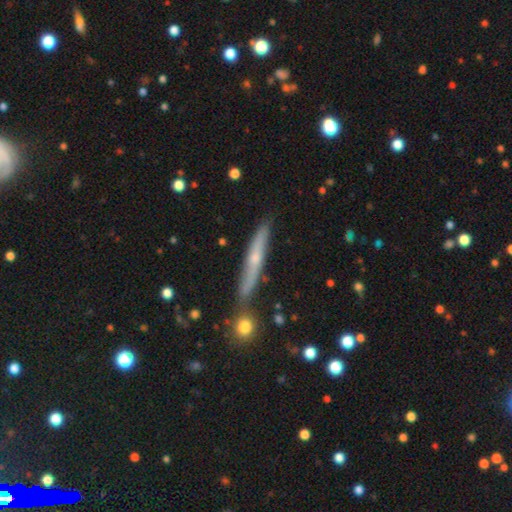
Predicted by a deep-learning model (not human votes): This appears to be a featured or disk galaxy (54%) viewed edge-on (90%). Merging: none (76%).